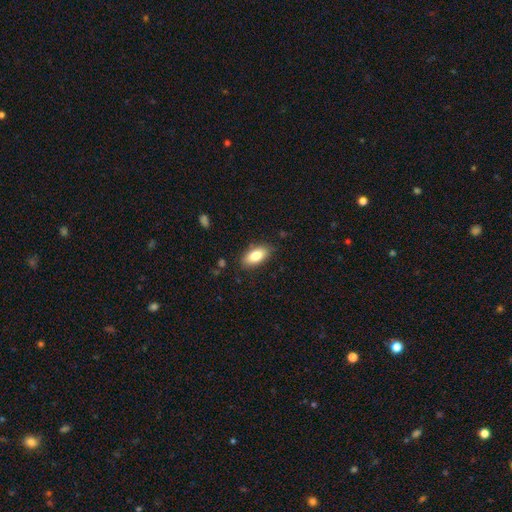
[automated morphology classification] This is clearly a smooth galaxy (83%). How rounded: clearly in between (90%). Merging: clearly none (84%).